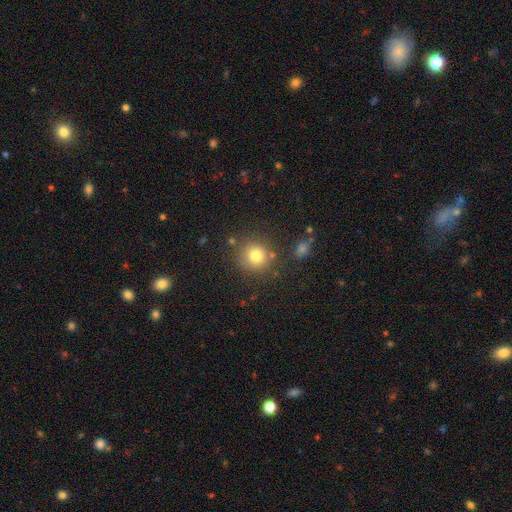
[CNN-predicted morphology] type=smooth (78%); roundness=round (91%); merging=none (79%).